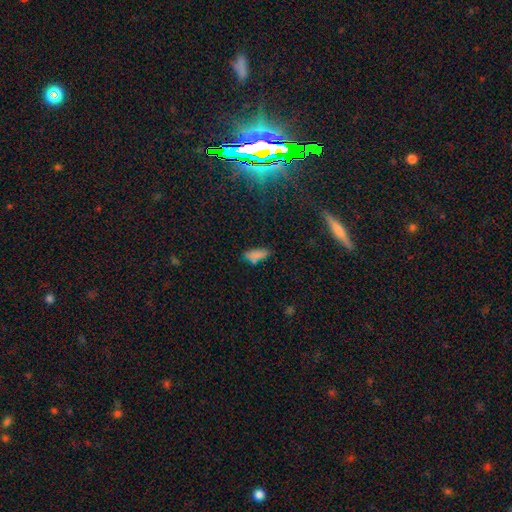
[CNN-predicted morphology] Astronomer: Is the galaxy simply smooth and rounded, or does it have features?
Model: smooth — 79%.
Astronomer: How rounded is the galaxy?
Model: in between — 70%.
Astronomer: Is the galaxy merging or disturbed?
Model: none — 65%.